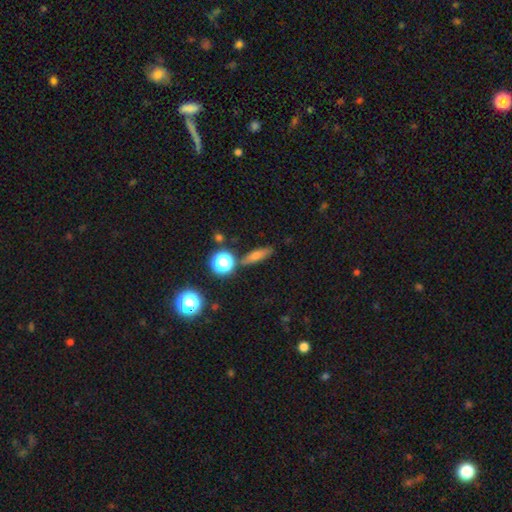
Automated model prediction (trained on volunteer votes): A smooth galaxy with no disk features (55%) that is cigar-shaped (56%).

Vote fractions:
- Smooth or featured? smooth: 55% / featured or disk: 28% / star or artifact: 17%
- How rounded? cigar-shaped: 56% / in between: 28% / round: 15%
- Merging? none: 83% / minor disturbance: 9% / merger: 5% / major disturbance: 3%